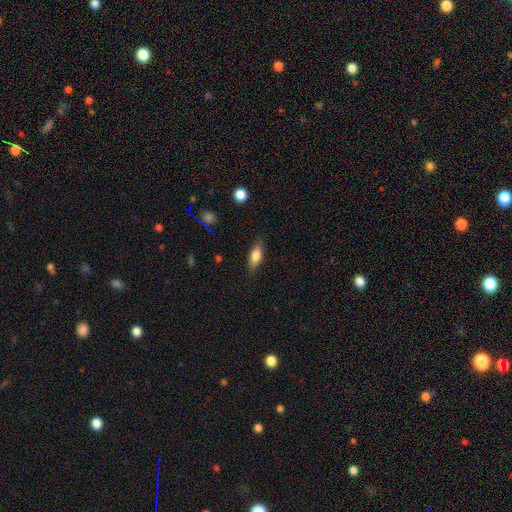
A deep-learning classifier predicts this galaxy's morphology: This appears to be a smooth galaxy with no disk features (75%) that is in between round and cigar-shaped (67%). Merging: none (83%).